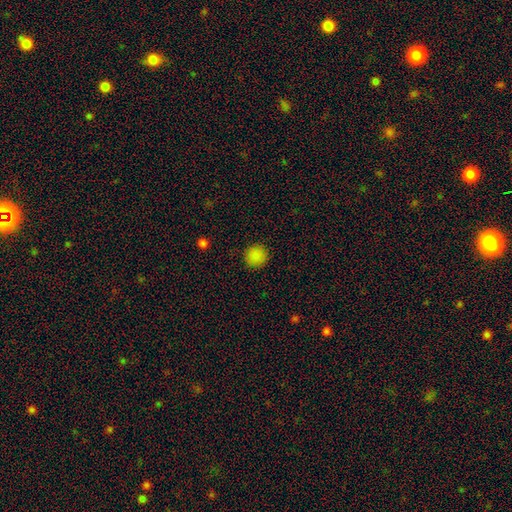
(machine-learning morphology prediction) This is clearly a smooth galaxy (87%). How rounded: clearly round (93%). Merging: clearly none (92%).